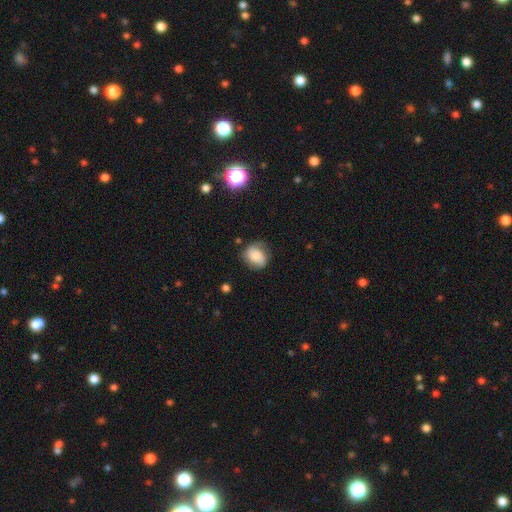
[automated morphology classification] Smooth or featured? smooth (67%)
How rounded? round (59%)
Merging? none (59%)